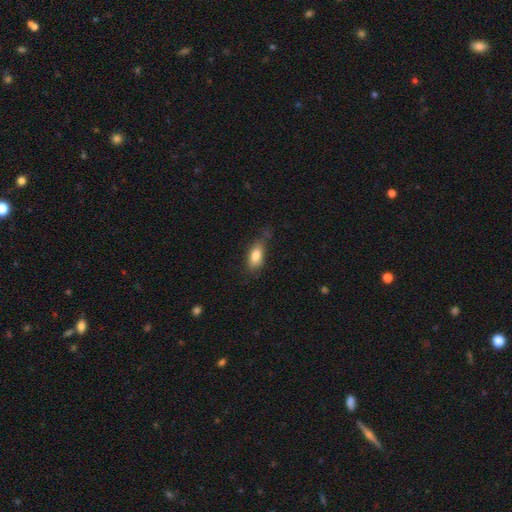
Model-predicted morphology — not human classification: This is clearly a smooth galaxy (81%). How rounded: clearly in between (83%). Merging: likely none (62%).